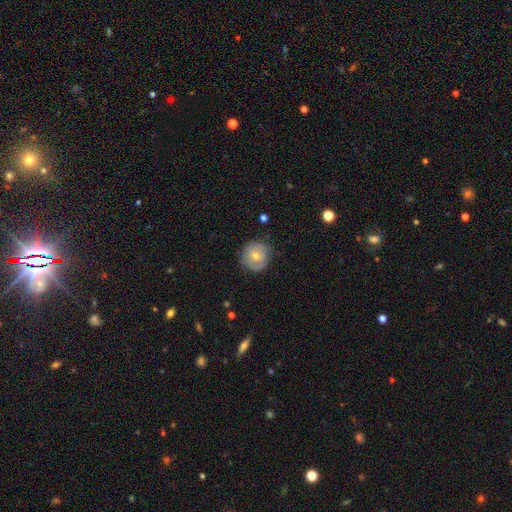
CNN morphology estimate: A smooth galaxy with no disk features (46%).

Vote fractions:
- Smooth or featured? smooth: 46% / featured or disk: 43% / star or artifact: 10%
- Merging? none: 79% / minor disturbance: 16% / major disturbance: 4% / merger: 1%